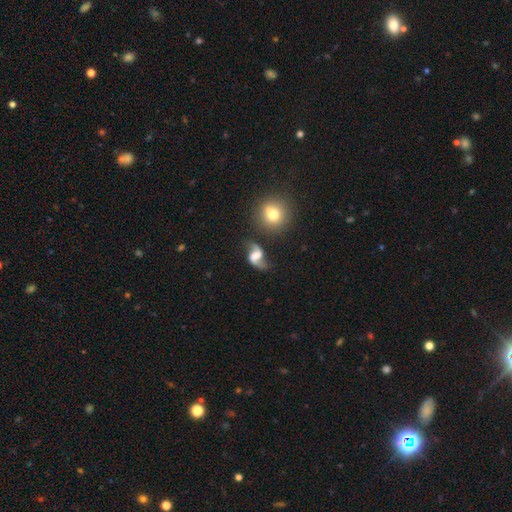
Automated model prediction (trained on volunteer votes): A featured or disk galaxy (83%) with a weak bar (46%), 2 (93%) loose (80%) spiral arms (95%) and a moderate central bulge (32%). Merging: none (70%).